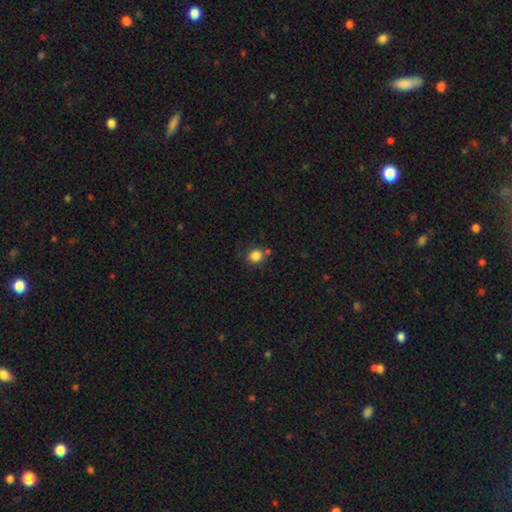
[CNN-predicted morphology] Q: Smooth or featured?
A: smooth (84%); runner-up: star or artifact (11%)
Q: How rounded?
A: round (82%); runner-up: in between (17%)
Q: Merging?
A: none (72%); runner-up: minor disturbance (14%)